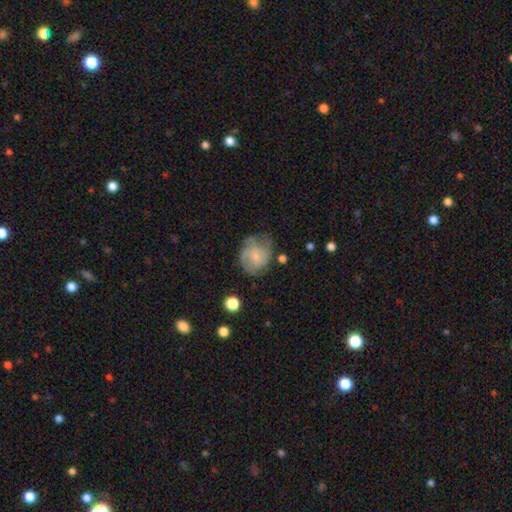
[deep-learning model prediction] Overall: featured or disk (53%; smooth 40%). Edge-on disk: no (97%). Bar: no (65%; weak 31%). Spiral arms: yes (76%). Bulge size: small (60%; moderate 28%). Merging: none (48%; minor disturbance 30%).